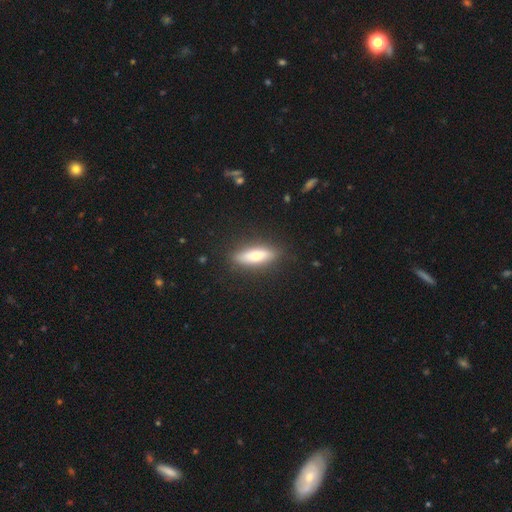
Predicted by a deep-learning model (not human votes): Q: Smooth or featured?
A: smooth (64%); runner-up: featured or disk (29%)
Q: How rounded?
A: cigar-shaped (55%); runner-up: in between (42%)
Q: Merging?
A: none (87%); runner-up: minor disturbance (9%)